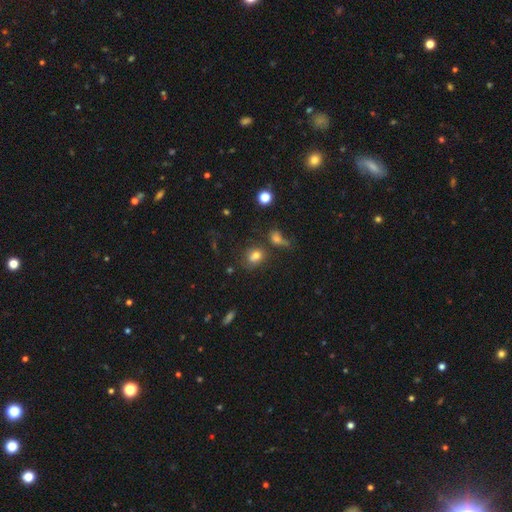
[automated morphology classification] A smooth galaxy with no disk features (73%) that is round (53%). Merging: none (55%).